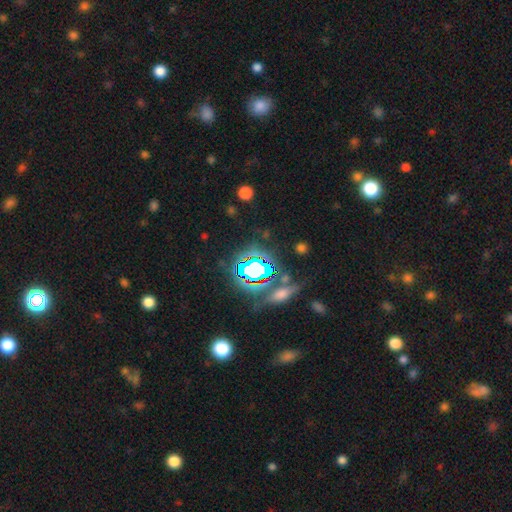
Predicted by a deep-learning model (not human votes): Morphology: type=star or artifact (76%).